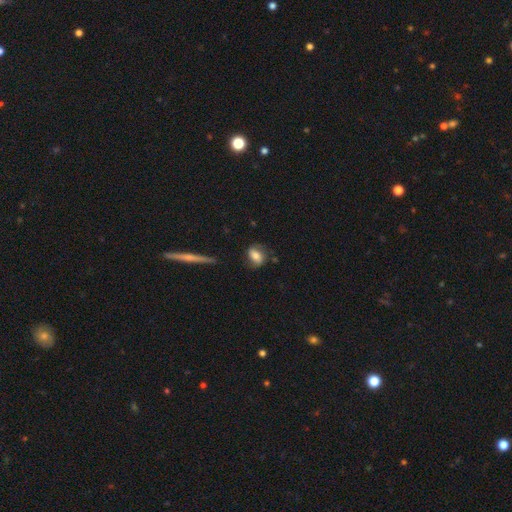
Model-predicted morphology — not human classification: type=smooth (63%); roundness=in between (69%); merging=none (68%).